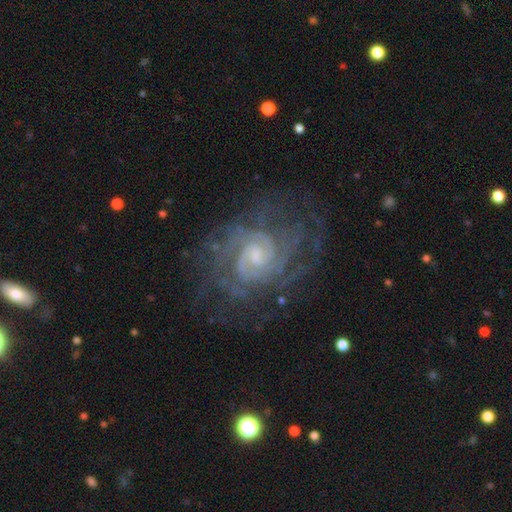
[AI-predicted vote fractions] Morphology: type=featured or disk (90%); edge-on=no (98%); bar=weak (47%); spiral arms=yes (98%); winding=tight (66%); arm count=2 (49%); bulge=small (60%); merging=none (71%).